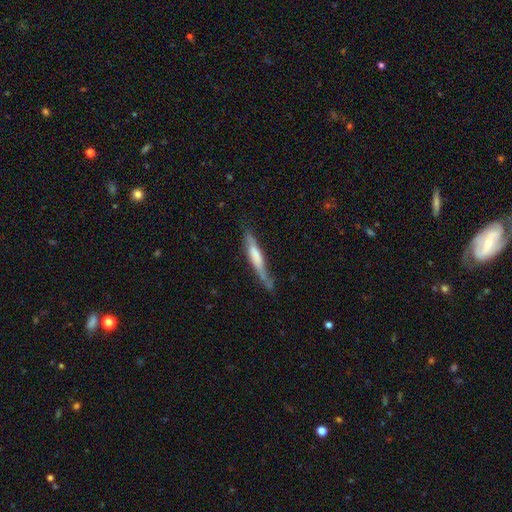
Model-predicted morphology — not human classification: smooth 53%, featured or disk 42%, star or artifact 5%. Down the decision tree: how rounded — cigar-shaped (91%); merging — none (59%).